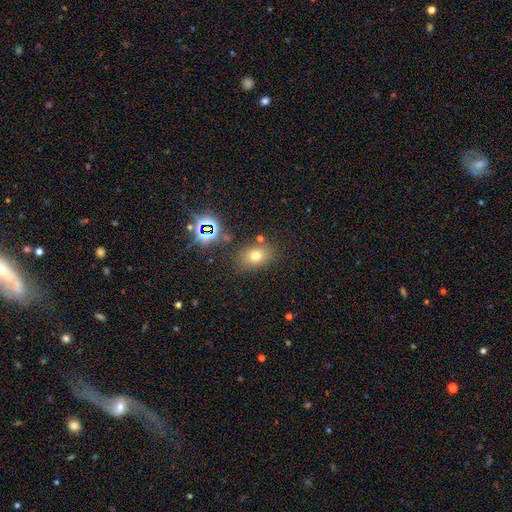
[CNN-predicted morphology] smooth-or-featured: smooth: 67% | star or artifact: 21% | featured or disk: 12%
  how-rounded: in between: 67% | round: 31% | cigar-shaped: 1%
  merging: none: 78% | minor disturbance: 12% | merger: 5% | major disturbance: 4%